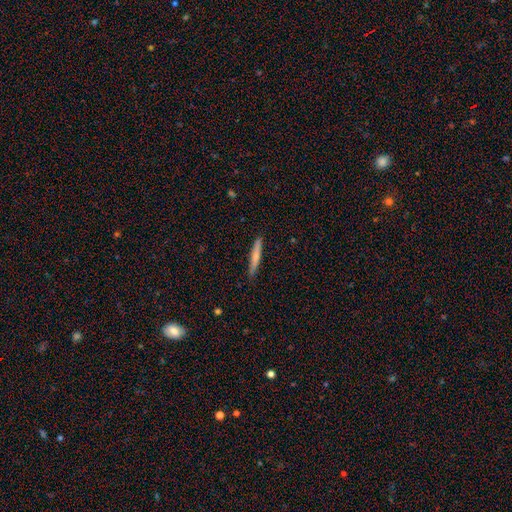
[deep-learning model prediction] Morphology: type=smooth (66%); roundness=cigar-shaped (94%); merging=none (87%).